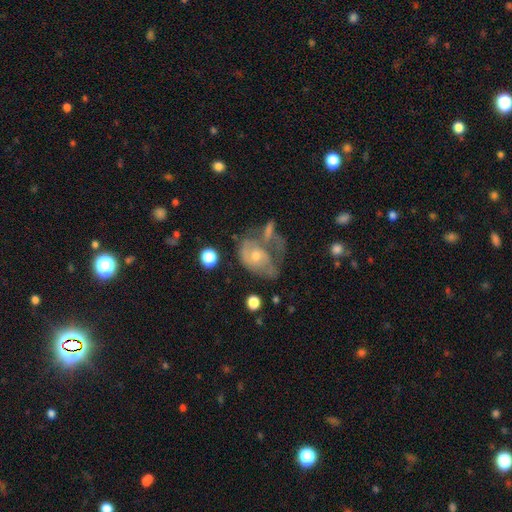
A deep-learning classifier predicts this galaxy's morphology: Smooth or featured? Predicted: featured or disk (p=0.62). Edge-on disk? Predicted: no (p=0.96). Bar? Predicted: no (p=0.79). Spiral arms? Predicted: yes (p=0.62). Bulge size? Predicted: moderate (p=0.50). Merging? Predicted: none (p=0.29).